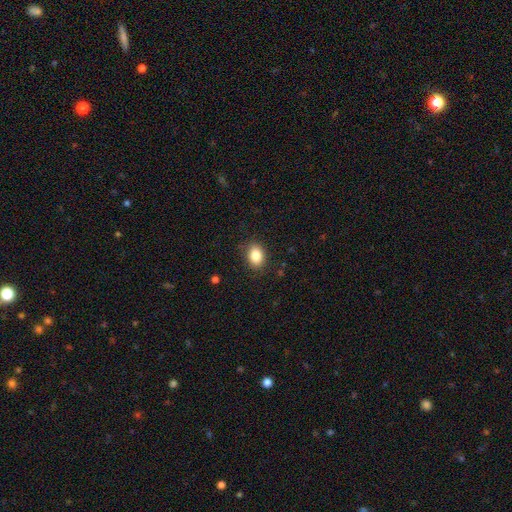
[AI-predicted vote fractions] smooth-or-featured: smooth: 85% | star or artifact: 9% | featured or disk: 6%
  how-rounded: in between: 70% | round: 29% | cigar-shaped: 1%
  merging: none: 87% | minor disturbance: 10% | major disturbance: 3% | merger: 1%